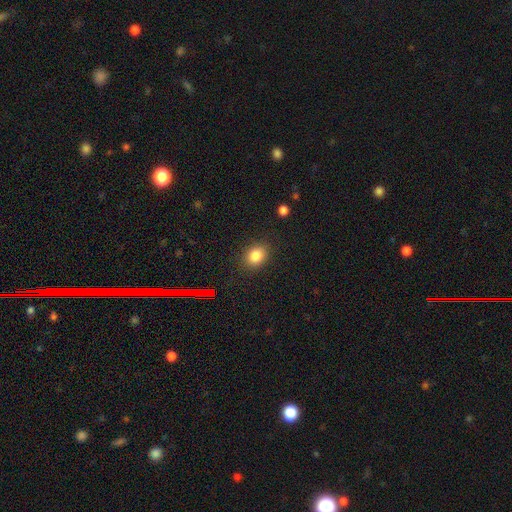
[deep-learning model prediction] A smooth galaxy with no disk features (83%) that is in between round and cigar-shaped (56%).

Vote fractions:
- Smooth or featured? smooth: 83% / star or artifact: 12% / featured or disk: 6%
- How rounded? in between: 56% / round: 43% / cigar-shaped: 1%
- Merging? none: 85% / minor disturbance: 10% / major disturbance: 3% / merger: 1%